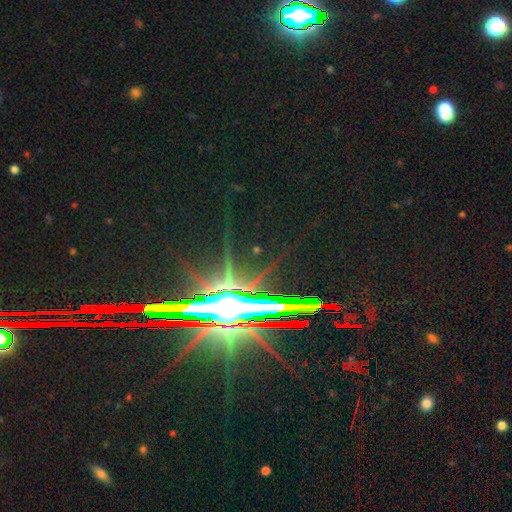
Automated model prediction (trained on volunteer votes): Smooth or featured? star or artifact (66%)